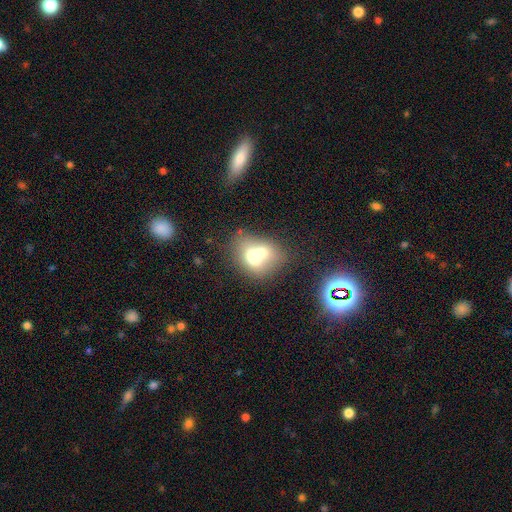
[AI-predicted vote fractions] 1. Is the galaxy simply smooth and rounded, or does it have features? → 63% smooth, 26% featured or disk, 11% star or artifact.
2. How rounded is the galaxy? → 51% in between, 48% round, 1% cigar-shaped.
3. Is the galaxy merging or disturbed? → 64% merger, 23% none, 8% minor disturbance, 5% major disturbance.